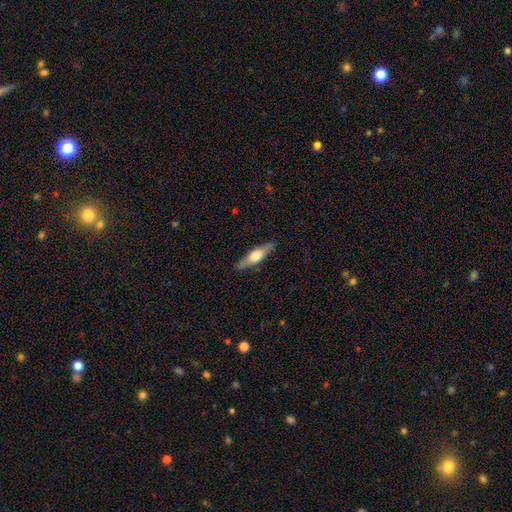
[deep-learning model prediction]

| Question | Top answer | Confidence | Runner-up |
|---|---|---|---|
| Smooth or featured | featured or disk | 55% | smooth (39%) |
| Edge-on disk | yes | 92% | no (8%) |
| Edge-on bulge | rounded | 91% | boxy (7%) |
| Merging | none | 87% | minor disturbance (10%) |